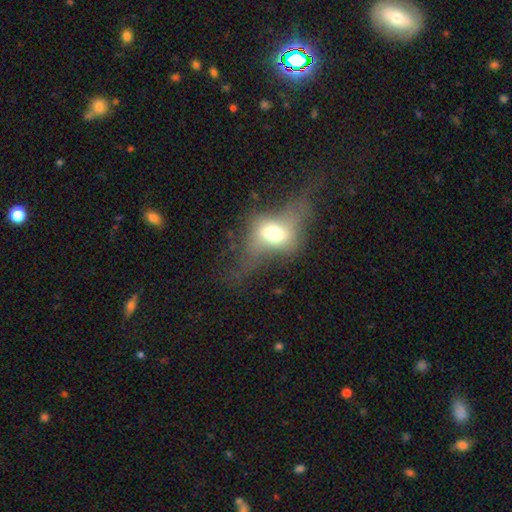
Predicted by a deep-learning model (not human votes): Smooth or featured?
  - featured or disk: 60% *
  - smooth: 20%
  - star or artifact: 20%
Edge-on disk?
  - yes: 72% *
  - no: 28%
Merging?
  - none: 56% *
  - major disturbance: 21%
  - minor disturbance: 20%
  - merger: 4%